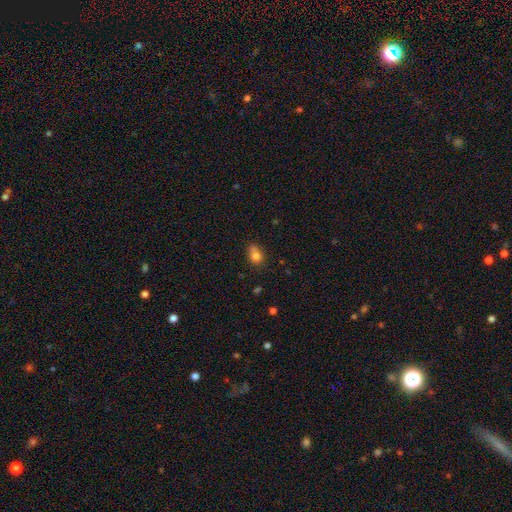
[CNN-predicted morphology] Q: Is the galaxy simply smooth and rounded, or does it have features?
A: smooth — 77%.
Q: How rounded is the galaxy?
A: in between — 53%.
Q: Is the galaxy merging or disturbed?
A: none — 48%.